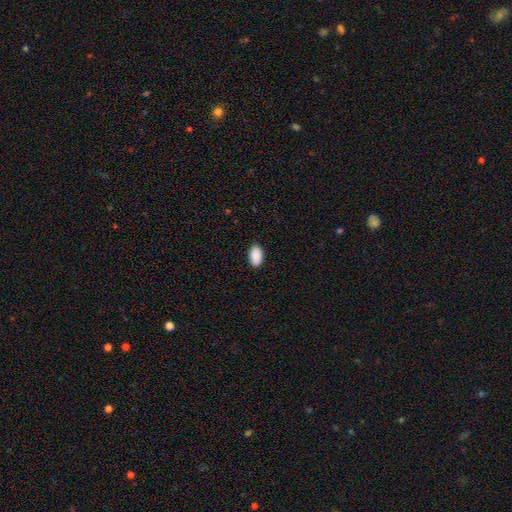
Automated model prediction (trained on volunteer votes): This is clearly a smooth galaxy (90%). How rounded: clearly in between (94%). Merging: clearly none (88%).